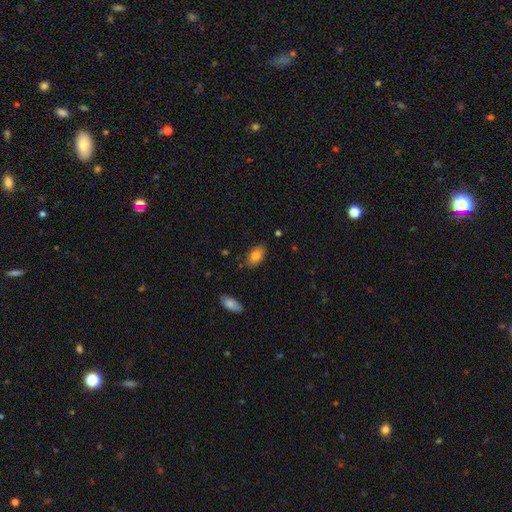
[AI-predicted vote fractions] Smooth or featured?
  - smooth: 80% *
  - featured or disk: 12%
  - star or artifact: 8%
How rounded?
  - in between: 92% *
  - round: 5%
  - cigar-shaped: 3%
Merging?
  - none: 81% *
  - minor disturbance: 14%
  - major disturbance: 3%
  - merger: 2%